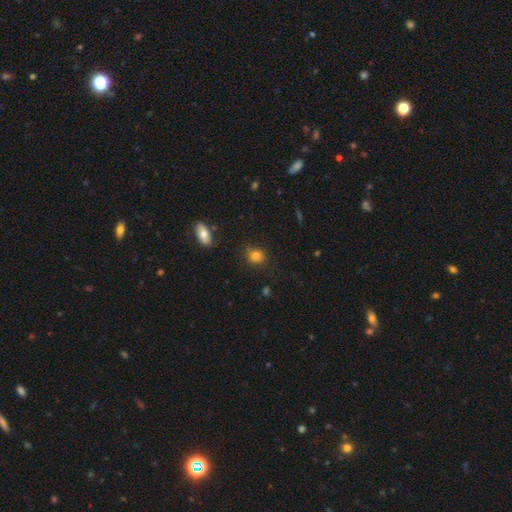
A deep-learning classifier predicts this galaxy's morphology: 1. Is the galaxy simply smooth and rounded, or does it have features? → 83% smooth, 12% star or artifact, 6% featured or disk.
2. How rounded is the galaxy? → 70% round, 29% in between, 1% cigar-shaped.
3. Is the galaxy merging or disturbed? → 78% none, 14% minor disturbance, 4% major disturbance, 4% merger.